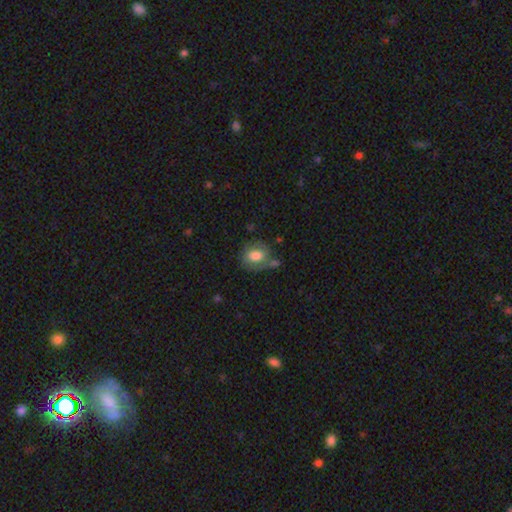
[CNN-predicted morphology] A smooth galaxy with no disk features (68%) that is in between round and cigar-shaped (54%). Merging: none (51%).